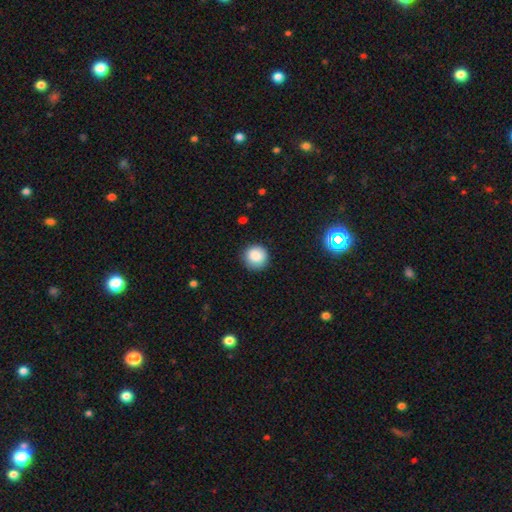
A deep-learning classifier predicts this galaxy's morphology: A smooth galaxy with no disk features (86%) that is round (94%).

Vote fractions:
- Smooth or featured? smooth: 86% / star or artifact: 9% / featured or disk: 5%
- How rounded? round: 94% / in between: 5% / cigar-shaped: 1%
- Merging? none: 86% / minor disturbance: 10% / major disturbance: 2% / merger: 1%